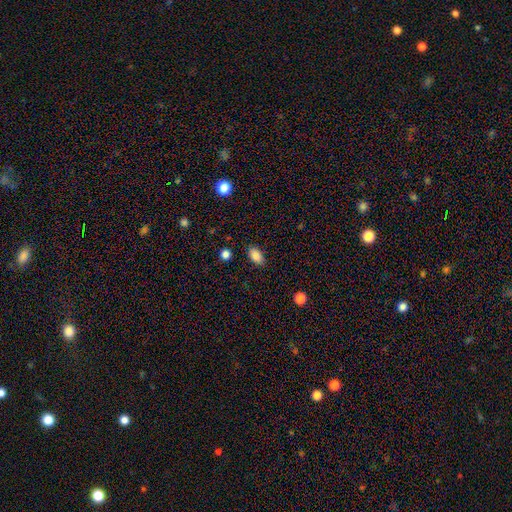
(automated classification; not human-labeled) The model was most divided on "merging": none: 86%, minor disturbance: 10%, major disturbance: 2%, merger: 1%. More confident: how rounded — in between (90%); smooth or featured — smooth (86%).